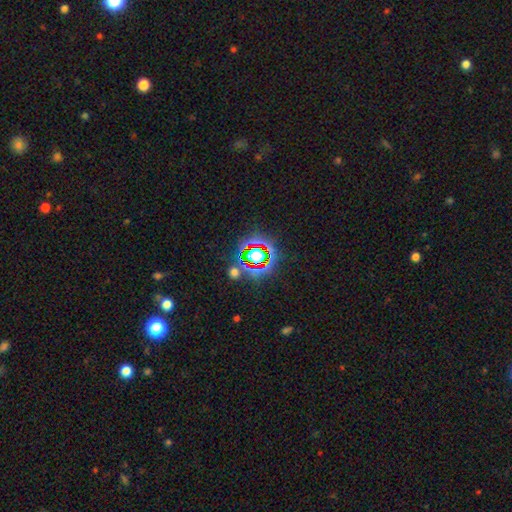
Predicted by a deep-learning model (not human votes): smooth_or_featured: star or artifact (p=0.67) [alt: smooth p=0.22]